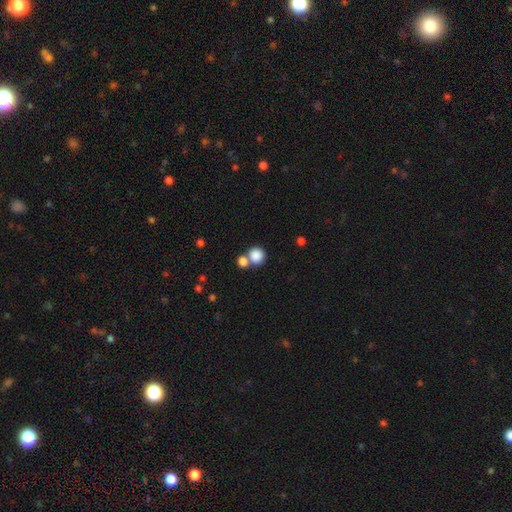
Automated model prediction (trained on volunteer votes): smooth 85%, star or artifact 10%, featured or disk 6%. Down the decision tree: how rounded — round (89%); merging — none (54%).